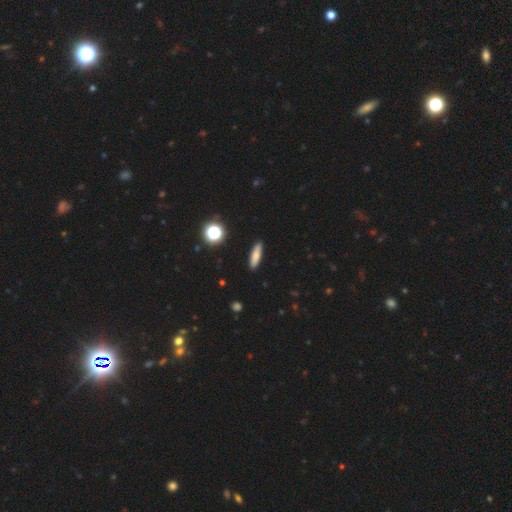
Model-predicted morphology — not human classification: Q: Smooth or featured?
A: smooth (75%); runner-up: featured or disk (15%)
Q: How rounded?
A: cigar-shaped (65%); runner-up: in between (31%)
Q: Merging?
A: none (89%); runner-up: minor disturbance (8%)